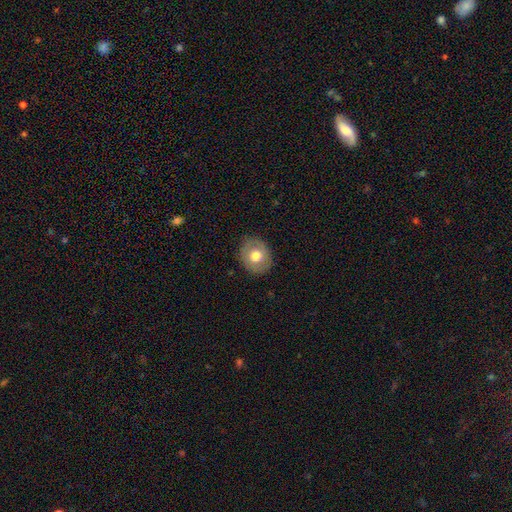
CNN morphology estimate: The model was most divided on "how rounded": round: 66%, in between: 33%, cigar-shaped: 1%. More confident: merging — none (84%); smooth or featured — smooth (66%).